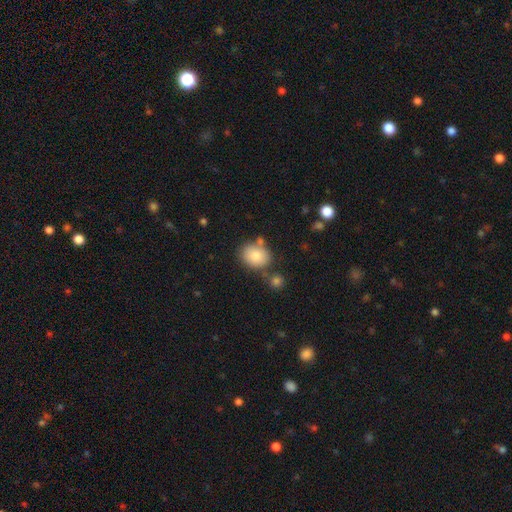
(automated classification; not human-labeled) Smooth or featured: smooth — 81% (featured or disk — 11%)
How rounded: round — 51% (in between — 48%)
Merging: none — 68% (minor disturbance — 14%)